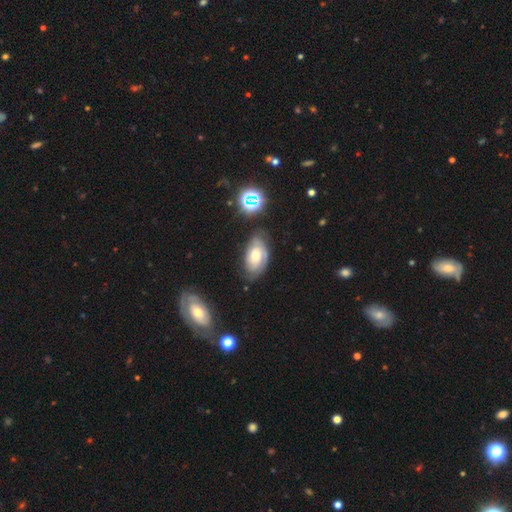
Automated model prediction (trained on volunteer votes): Overall: featured or disk (65%). Edge-on disk: no (94%). Bar: no (73%). Spiral arms: yes (85%). Spiral arm count: can't tell (42%; 2 34%). Spiral winding: tight (66%; medium 26%). Bulge size: moderate (63%; small 27%). Merging: none (68%).